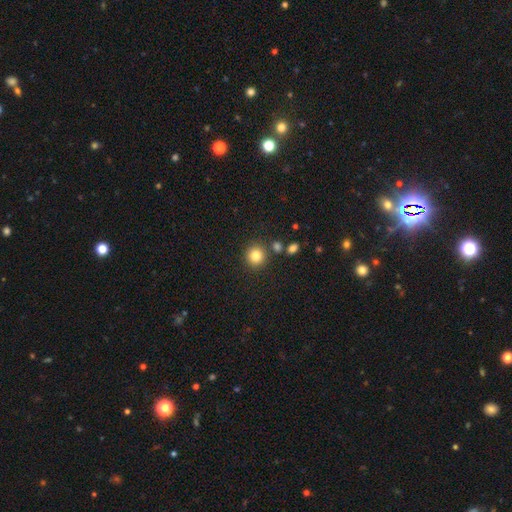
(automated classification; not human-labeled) Q: Smooth or featured?
A: smooth (83%); runner-up: star or artifact (11%)
Q: How rounded?
A: round (91%); runner-up: in between (8%)
Q: Merging?
A: none (83%); runner-up: minor disturbance (7%)